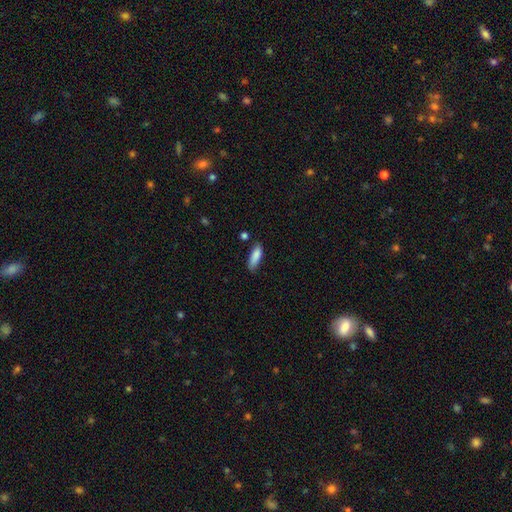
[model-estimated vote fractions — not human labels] Morphology: type=smooth (87%); roundness=in between (58%); merging=none (71%).